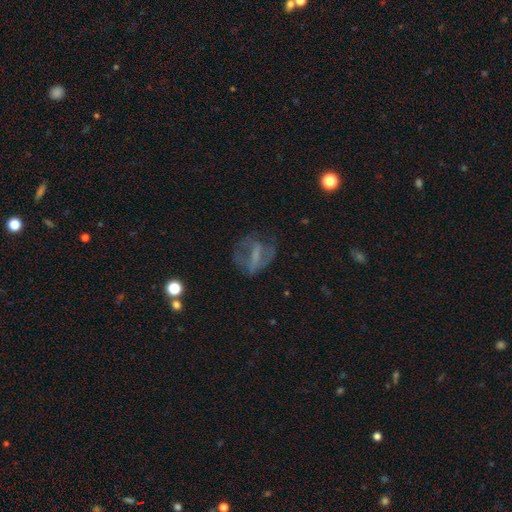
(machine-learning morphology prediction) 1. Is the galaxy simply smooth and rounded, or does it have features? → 54% featured or disk, 33% smooth, 14% star or artifact.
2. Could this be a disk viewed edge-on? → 91% no, 9% yes.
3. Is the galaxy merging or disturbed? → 51% none, 26% major disturbance, 20% minor disturbance, 3% merger.